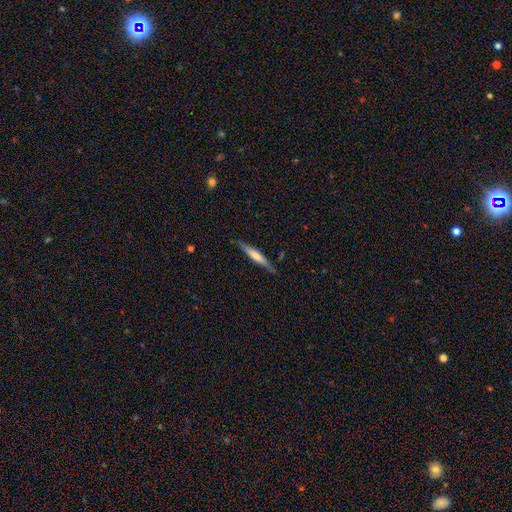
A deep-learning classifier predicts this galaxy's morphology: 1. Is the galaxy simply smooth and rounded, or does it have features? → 47% featured or disk (tied), 47% smooth (tied), 6% star or artifact.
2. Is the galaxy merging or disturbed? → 84% none, 12% minor disturbance, 2% major disturbance, 1% merger.